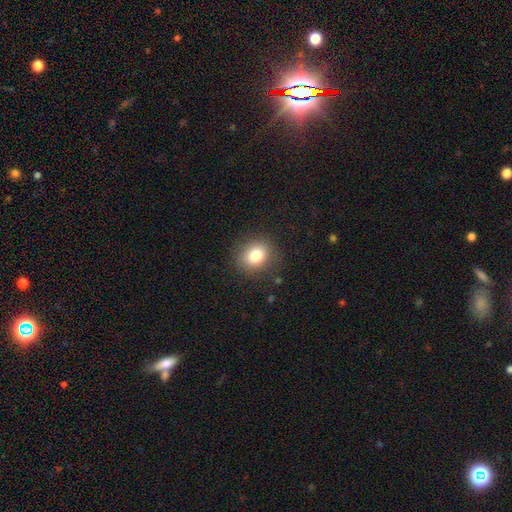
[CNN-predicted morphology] Smooth or featured: smooth — 82% (star or artifact — 10%)
How rounded: round — 69% (in between — 30%)
Merging: none — 86% (minor disturbance — 9%)